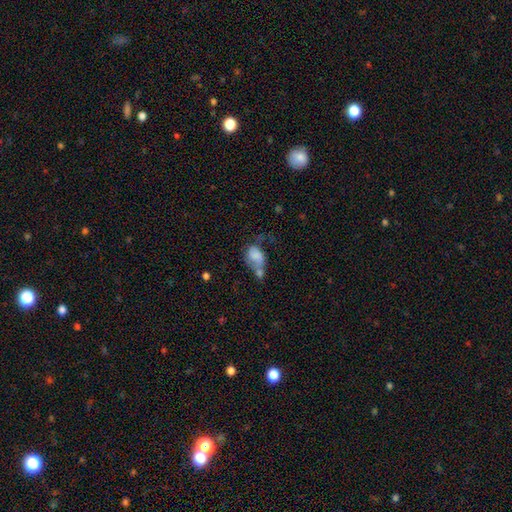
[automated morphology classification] A smooth galaxy with no disk features (67%) that is in between round and cigar-shaped (78%). Merging: merger (45%).